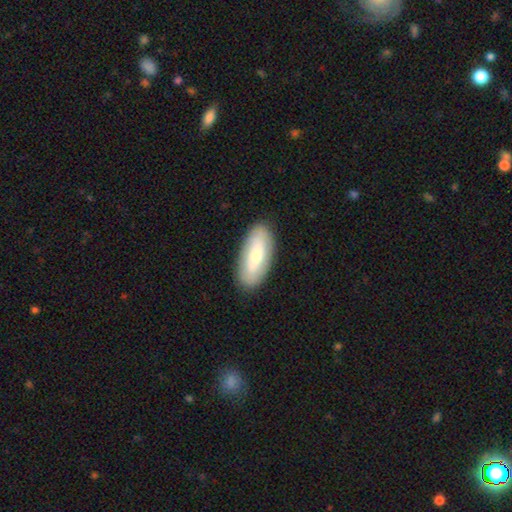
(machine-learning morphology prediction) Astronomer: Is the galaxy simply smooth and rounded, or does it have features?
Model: smooth — 64%.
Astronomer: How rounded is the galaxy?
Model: in between — 83%.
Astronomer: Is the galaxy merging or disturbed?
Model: none — 88%.